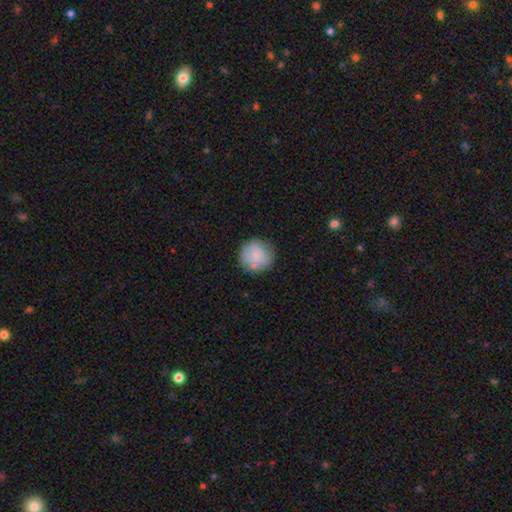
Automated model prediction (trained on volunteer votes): This appears to be a smooth galaxy with no disk features (79%) that is round (92%). Merging: none (74%).